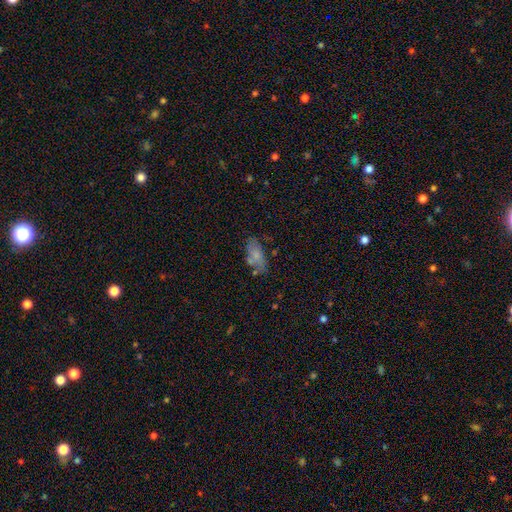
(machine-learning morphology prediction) A smooth galaxy with no disk features (69%) that is in between round and cigar-shaped (88%).

Vote fractions:
- Smooth or featured? smooth: 69% / featured or disk: 22% / star or artifact: 9%
- How rounded? in between: 88% / cigar-shaped: 9% / round: 3%
- Merging? none: 55% / minor disturbance: 24% / merger: 12% / major disturbance: 9%